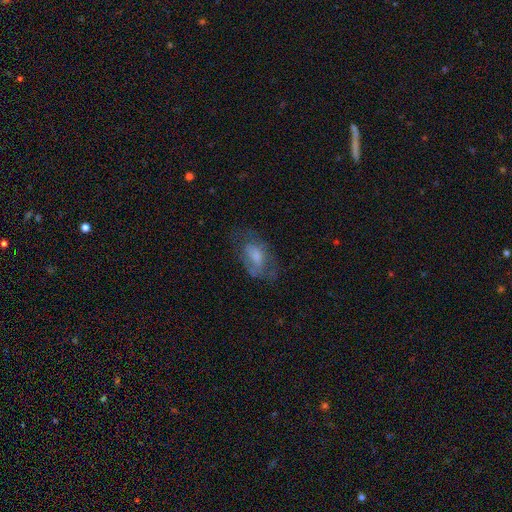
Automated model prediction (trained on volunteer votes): This is marginally a featured or disk galaxy (45%). Merging: possibly none (54%).